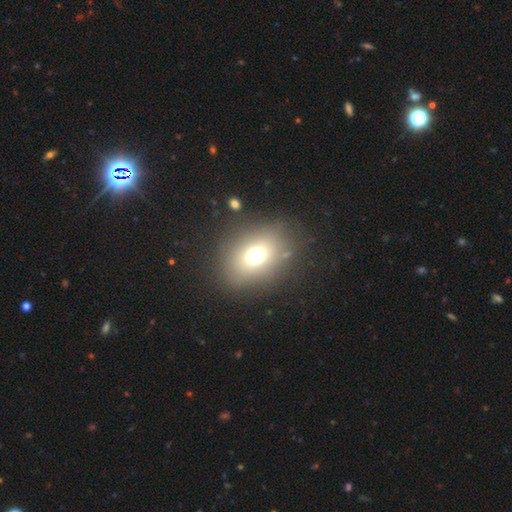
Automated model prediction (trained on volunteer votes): Smooth or featured? Predicted: smooth (p=0.66). How rounded? Predicted: round (p=0.51). Merging? Predicted: none (p=0.80).